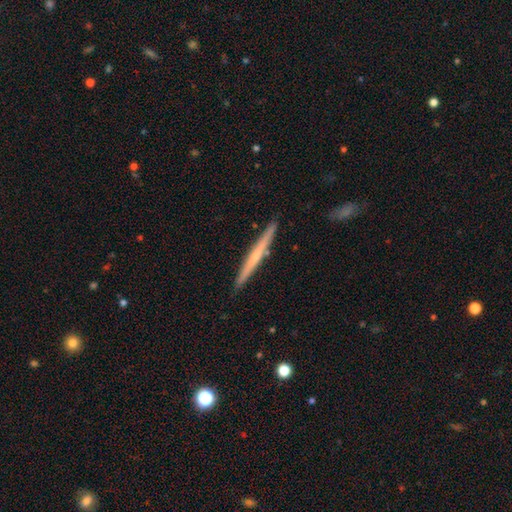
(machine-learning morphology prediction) type=featured or disk (54%); edge-on=yes (97%); edge-on bulge=none (61%); merging=none (91%).